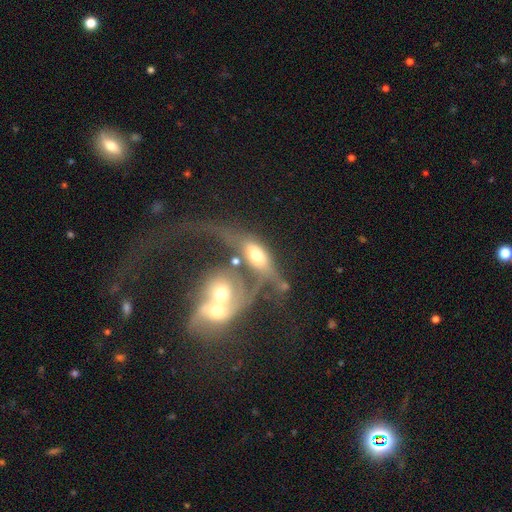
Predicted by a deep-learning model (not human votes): smooth-or-featured: featured or disk: 48% | smooth: 43% | star or artifact: 9%
  merging: merger: 64% | major disturbance: 17% | none: 12% | minor disturbance: 7%